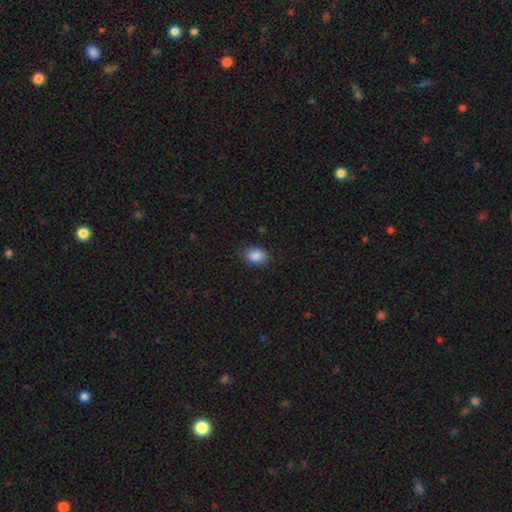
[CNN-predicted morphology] Overall: smooth (88%). How rounded: in between (70%). Merging: none (84%).